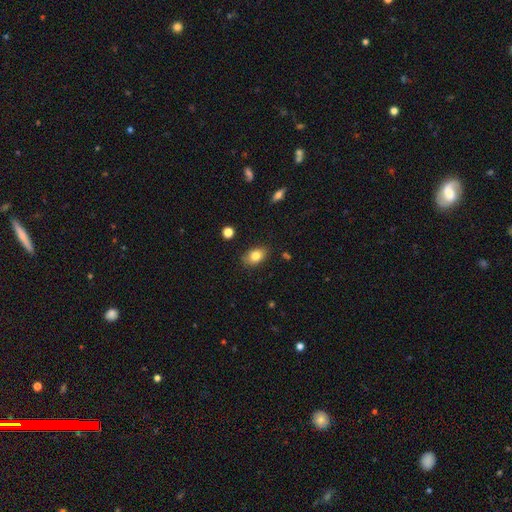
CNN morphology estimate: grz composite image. It shows a smooth galaxy with no disk features (81%) that is in between round and cigar-shaped (83%). Merging: none (80%).